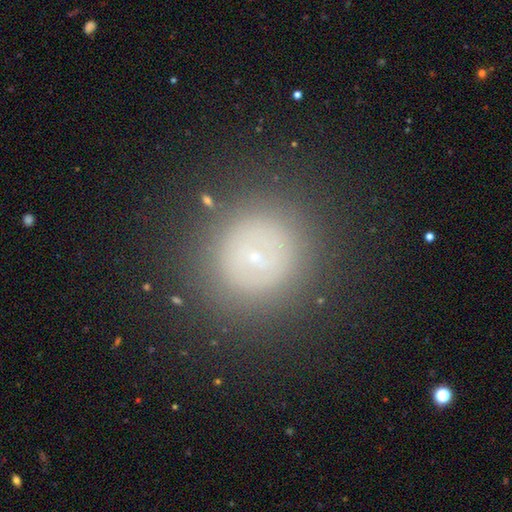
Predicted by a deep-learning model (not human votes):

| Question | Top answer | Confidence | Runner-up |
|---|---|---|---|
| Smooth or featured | smooth | 50% | featured or disk (34%) |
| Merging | none | 82% | minor disturbance (10%) |